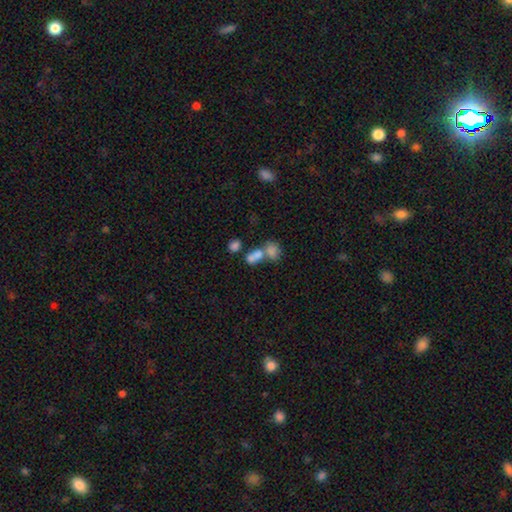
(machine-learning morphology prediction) smooth-or-featured: smooth: 73% | featured or disk: 16% | star or artifact: 11%
  how-rounded: in between: 70% | round: 27% | cigar-shaped: 3%
  merging: merger: 66% | none: 21% | minor disturbance: 7% | major disturbance: 6%